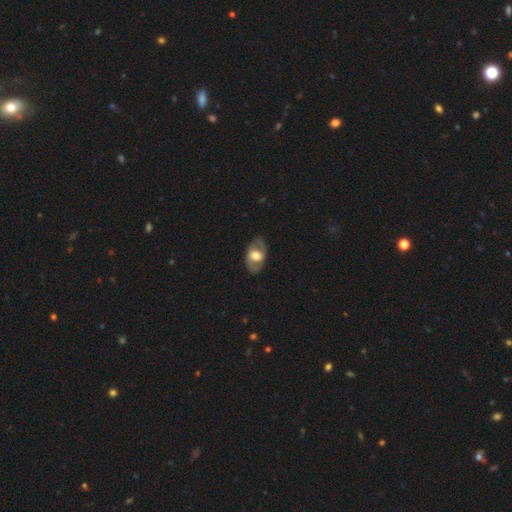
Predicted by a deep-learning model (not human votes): Morphology: type=featured or disk (59%); edge-on=no (90%); bar=no (56%); spiral arms=yes (53%); bulge=moderate (49%); merging=none (79%).